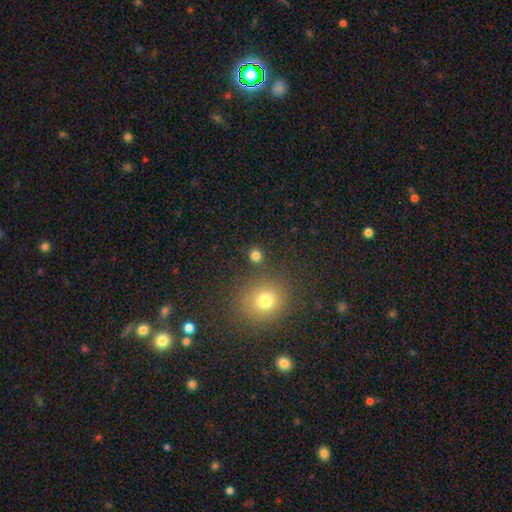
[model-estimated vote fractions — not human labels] Q: Smooth or featured?
A: smooth (79%); runner-up: star or artifact (16%)
Q: How rounded?
A: round (87%); runner-up: in between (12%)
Q: Merging?
A: none (84%); runner-up: merger (7%)